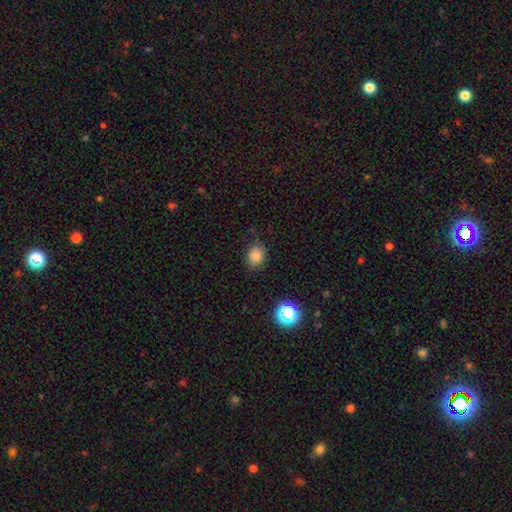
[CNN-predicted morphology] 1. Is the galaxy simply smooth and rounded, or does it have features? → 82% smooth, 12% star or artifact, 5% featured or disk.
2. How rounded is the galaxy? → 63% round, 36% in between, 1% cigar-shaped.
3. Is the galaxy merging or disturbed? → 75% none, 18% minor disturbance, 5% major disturbance, 2% merger.